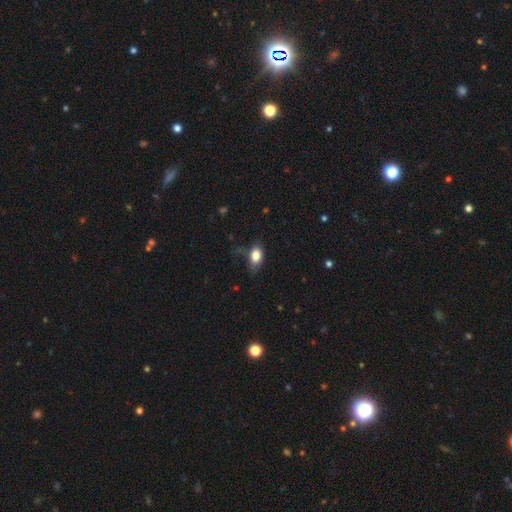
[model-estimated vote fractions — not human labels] A smooth galaxy with no disk features (82%) that is in between round and cigar-shaped (85%).

Vote fractions:
- Smooth or featured? smooth: 82% / featured or disk: 9% / star or artifact: 8%
- How rounded? in between: 85% / round: 12% / cigar-shaped: 3%
- Merging? none: 56% / minor disturbance: 30% / major disturbance: 11% / merger: 2%